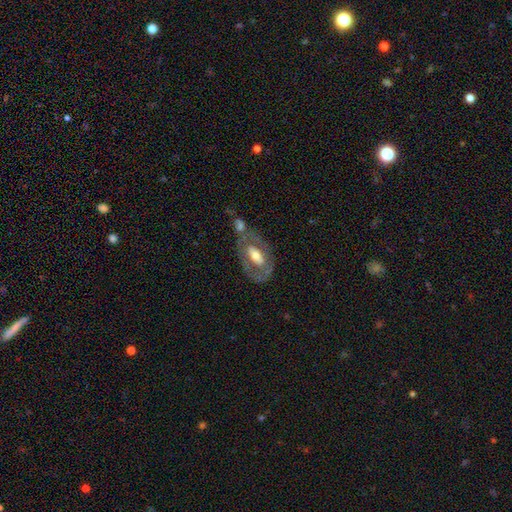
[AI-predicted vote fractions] smooth_or_featured: featured or disk (p=0.58) [alt: smooth p=0.36]
disk_edge_on: no (p=0.90) [alt: yes p=0.10]
bar: no (p=0.57) [alt: weak p=0.25]
has_spiral_arms: no (p=0.72) [alt: yes p=0.28]
bulge_size: moderate (p=0.58) [alt: large p=0.22]
merging: none (p=0.49) [alt: minor disturbance p=0.19]